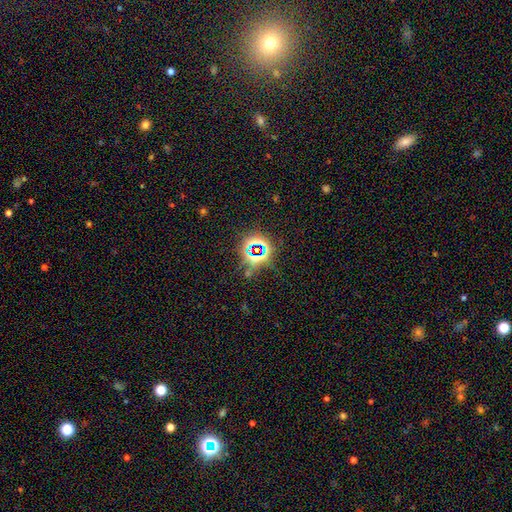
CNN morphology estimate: Smooth or featured? Predicted: star or artifact (p=0.76).